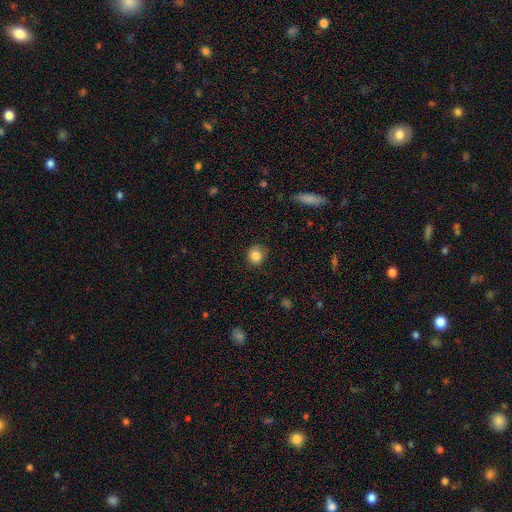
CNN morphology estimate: A smooth galaxy with no disk features (84%) that is round (85%).

Vote fractions:
- Smooth or featured? smooth: 84% / star or artifact: 10% / featured or disk: 6%
- How rounded? round: 85% / in between: 14% / cigar-shaped: 1%
- Merging? none: 80% / minor disturbance: 16% / major disturbance: 3% / merger: 1%